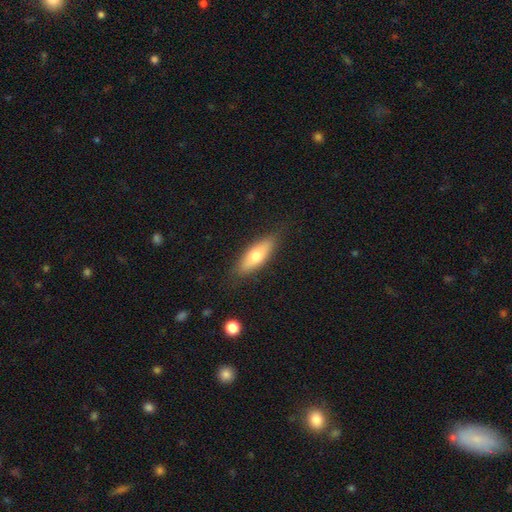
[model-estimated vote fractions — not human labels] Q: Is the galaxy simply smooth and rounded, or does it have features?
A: smooth — 66%.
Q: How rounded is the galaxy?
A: in between — 63%.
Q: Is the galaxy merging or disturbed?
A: none — 84%.